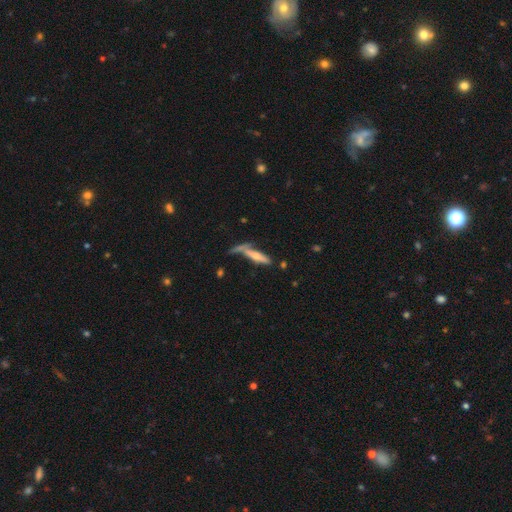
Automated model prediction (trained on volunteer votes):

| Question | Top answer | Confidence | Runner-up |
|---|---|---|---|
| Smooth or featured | featured or disk | 49% | smooth (44%) |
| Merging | none | 43% | minor disturbance (23%) |